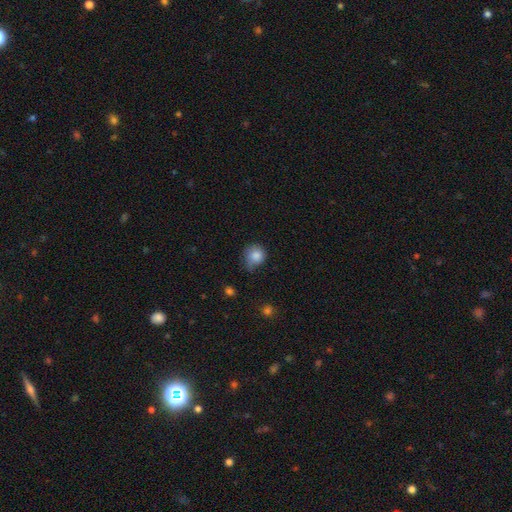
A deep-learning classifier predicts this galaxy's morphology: A smooth galaxy with no disk features (84%) that is round (81%). Merging: none (47%).